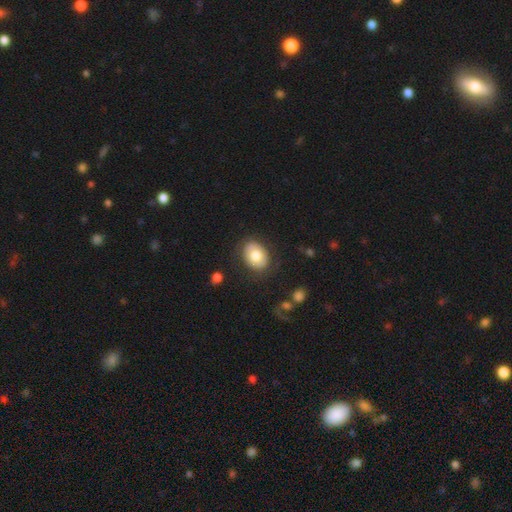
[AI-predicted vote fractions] Smooth or featured? smooth (76%)
How rounded? in between (69%)
Merging? none (83%)